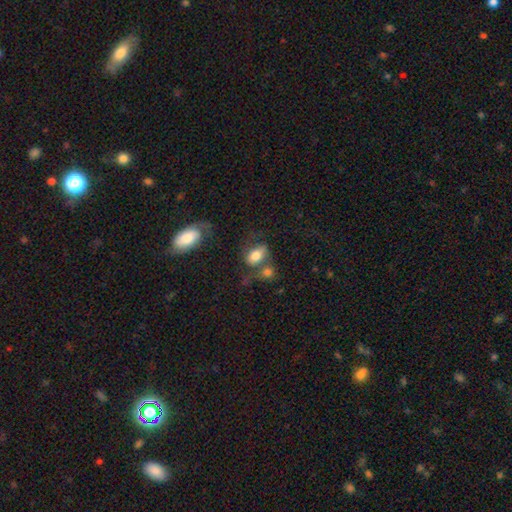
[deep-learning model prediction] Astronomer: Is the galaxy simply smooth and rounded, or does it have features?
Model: smooth — 72%.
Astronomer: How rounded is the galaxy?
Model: in between — 85%.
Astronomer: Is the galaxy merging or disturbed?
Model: merger — 36% (runner-up: none, 34%).